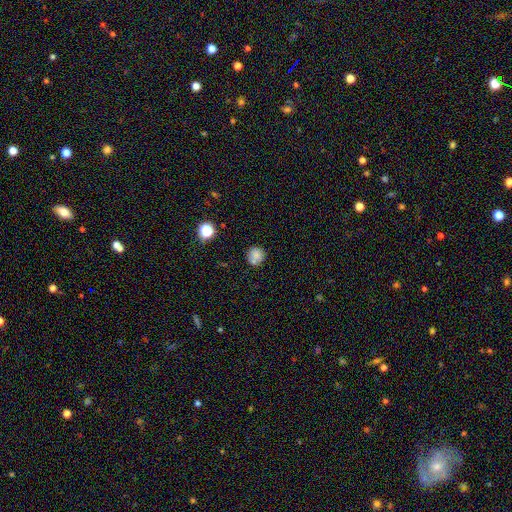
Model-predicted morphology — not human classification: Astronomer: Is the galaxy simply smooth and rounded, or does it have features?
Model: smooth — 77%.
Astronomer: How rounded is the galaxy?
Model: round — 89%.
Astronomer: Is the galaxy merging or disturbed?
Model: none — 71%.